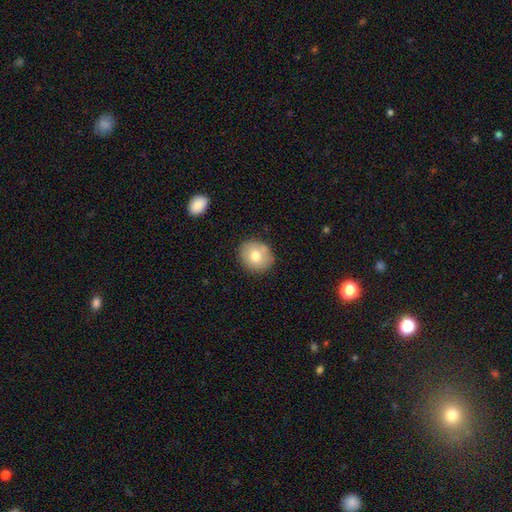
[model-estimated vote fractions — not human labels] Smooth or featured: smooth — 74% (featured or disk — 18%)
How rounded: round — 71% (in between — 28%)
Merging: none — 80% (minor disturbance — 13%)